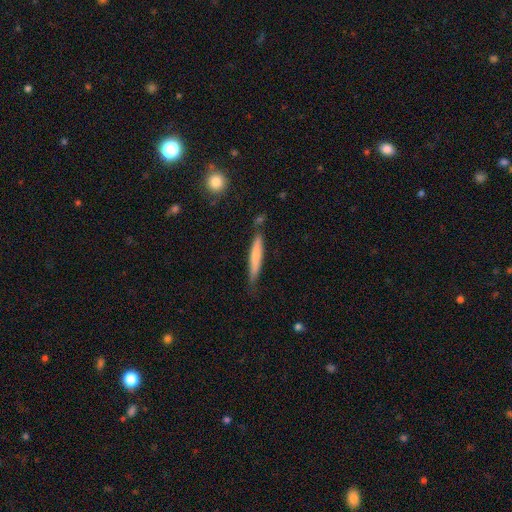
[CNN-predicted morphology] This is likely a smooth galaxy (69%). How rounded: clearly cigar-shaped (94%). Merging: likely none (68%).